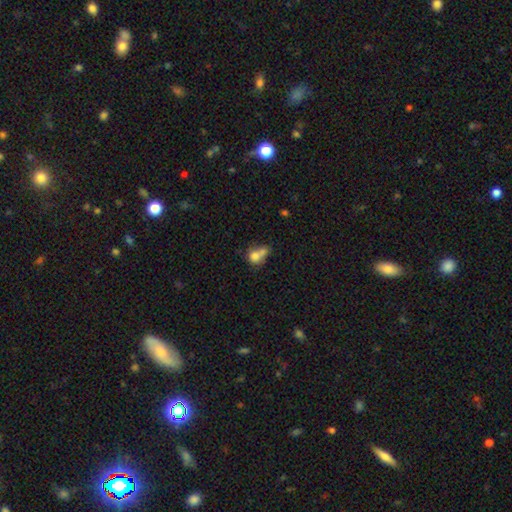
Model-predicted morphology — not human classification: Smooth or featured? smooth (74%)
How rounded? round (64%)
Merging? merger (57%)